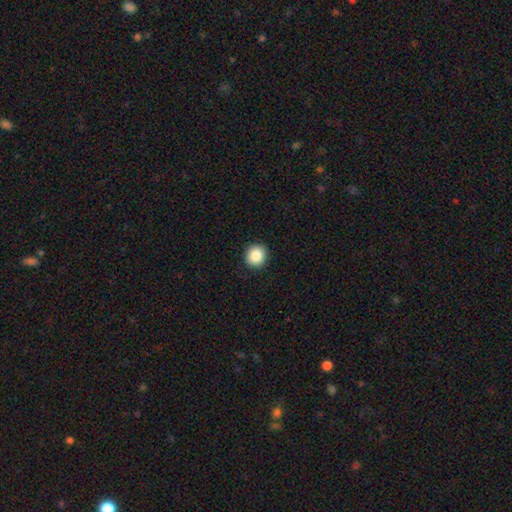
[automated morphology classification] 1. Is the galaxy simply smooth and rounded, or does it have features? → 86% smooth, 9% star or artifact, 5% featured or disk.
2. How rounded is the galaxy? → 89% round, 10% in between, 1% cigar-shaped.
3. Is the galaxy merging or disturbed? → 92% none, 6% minor disturbance, 2% major disturbance, 1% merger.